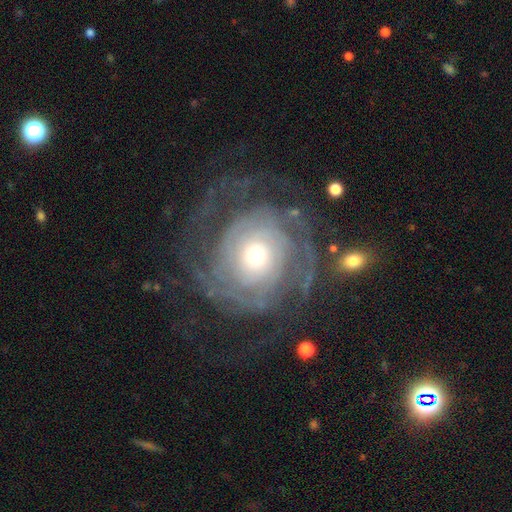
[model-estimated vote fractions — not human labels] Q: Smooth or featured?
A: featured or disk (86%); runner-up: smooth (8%)
Q: Edge-on disk?
A: no (97%); runner-up: yes (3%)
Q: Bar?
A: no (79%); runner-up: weak (15%)
Q: Spiral arms?
A: yes (94%); runner-up: no (6%)
Q: Spiral winding?
A: tight (69%); runner-up: medium (22%)
Q: Spiral arm count?
A: can't tell (32%); runner-up: 2 (26%)
Q: Bulge size?
A: small (47%); runner-up: moderate (43%)
Q: Merging?
A: none (66%); runner-up: major disturbance (17%)